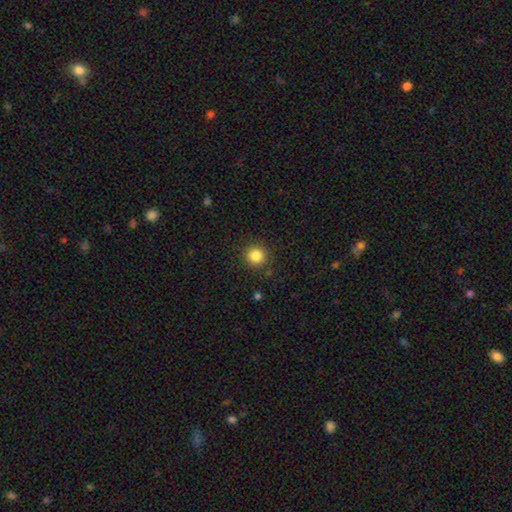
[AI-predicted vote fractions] Morphology: type=smooth (84%); roundness=round (94%); merging=none (89%).